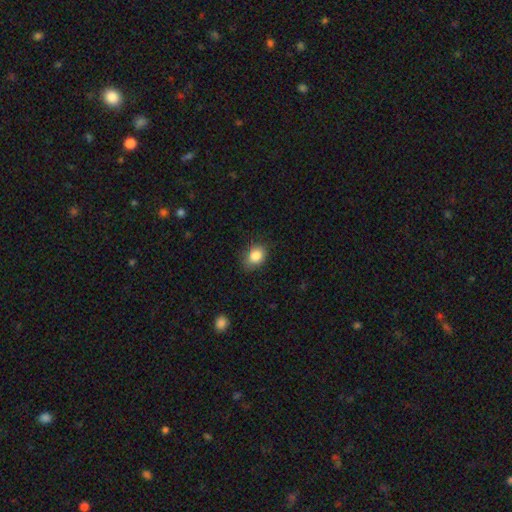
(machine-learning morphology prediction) This is clearly a smooth galaxy (85%). How rounded: likely in between (60%). Merging: likely none (74%).